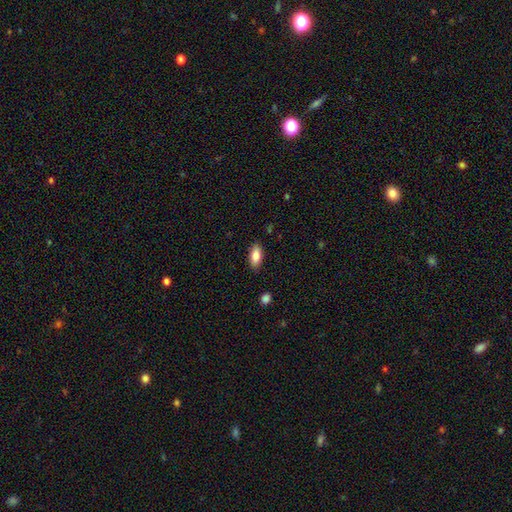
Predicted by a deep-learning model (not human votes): A smooth galaxy with no disk features (83%) that is in between round and cigar-shaped (88%).

Vote fractions:
- Smooth or featured? smooth: 83% / featured or disk: 10% / star or artifact: 7%
- How rounded? in between: 88% / cigar-shaped: 10% / round: 3%
- Merging? none: 87% / minor disturbance: 10% / major disturbance: 2% / merger: 1%